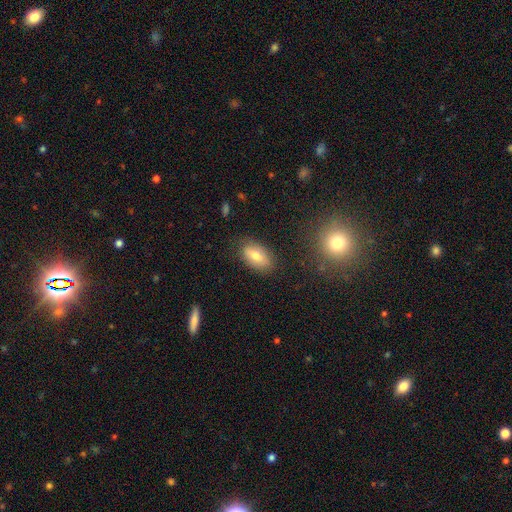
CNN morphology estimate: smooth-or-featured: smooth: 71% | featured or disk: 20% | star or artifact: 9%
  how-rounded: in between: 91% | round: 5% | cigar-shaped: 4%
  merging: none: 81% | minor disturbance: 14% | major disturbance: 3% | merger: 2%